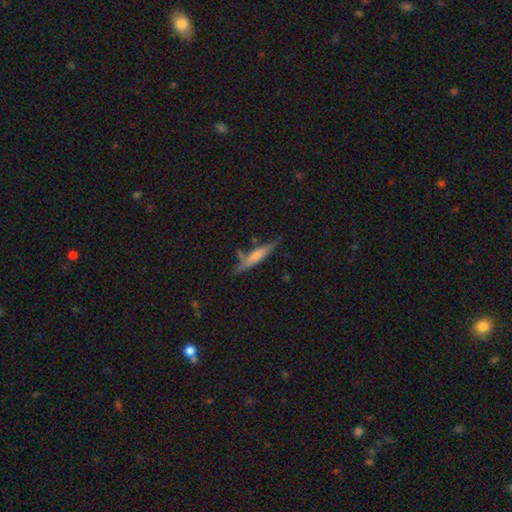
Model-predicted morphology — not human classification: A featured or disk galaxy (57%) viewed edge-on (93%) with a rounded central bulge (66%). Merging: none (75%).